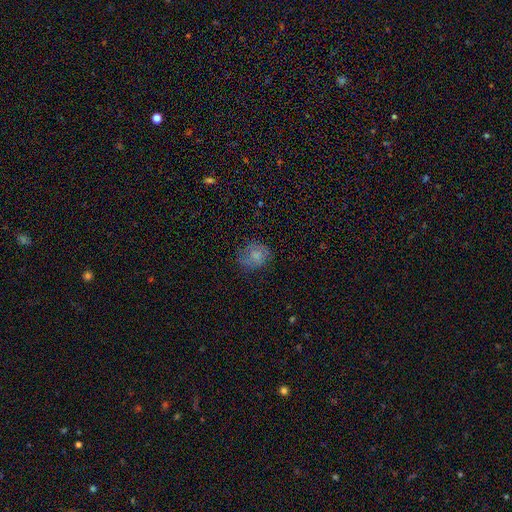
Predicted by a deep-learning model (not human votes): smooth 65%, featured or disk 23%, star or artifact 12%. Down the decision tree: how rounded — round (71%); merging — none (62%).